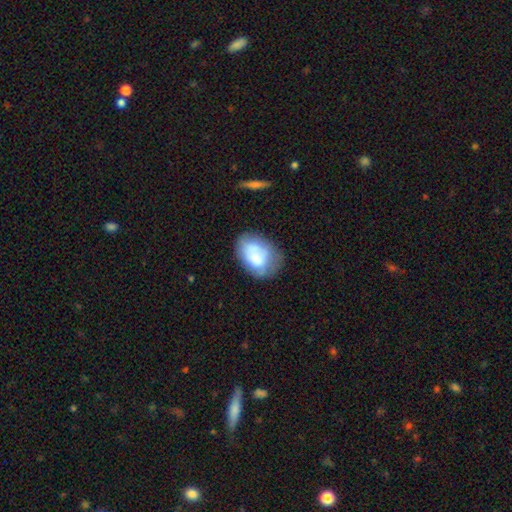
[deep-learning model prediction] Smooth or featured? Predicted: smooth (p=0.72). How rounded? Predicted: in between (p=0.76). Merging? Predicted: none (p=0.53).